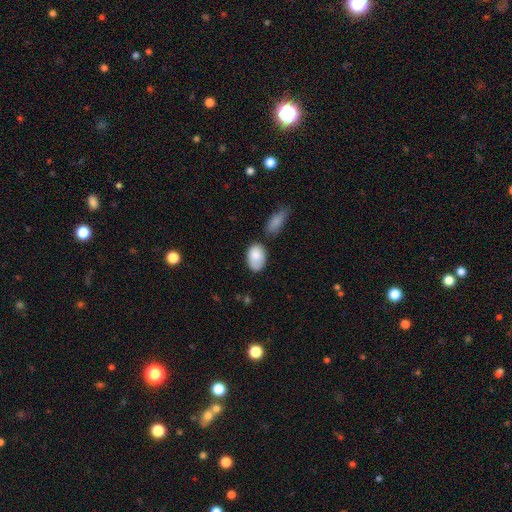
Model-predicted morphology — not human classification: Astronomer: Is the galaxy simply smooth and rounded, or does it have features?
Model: smooth — 84%.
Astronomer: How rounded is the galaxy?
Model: in between — 90%.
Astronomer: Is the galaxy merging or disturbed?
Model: none — 55%.